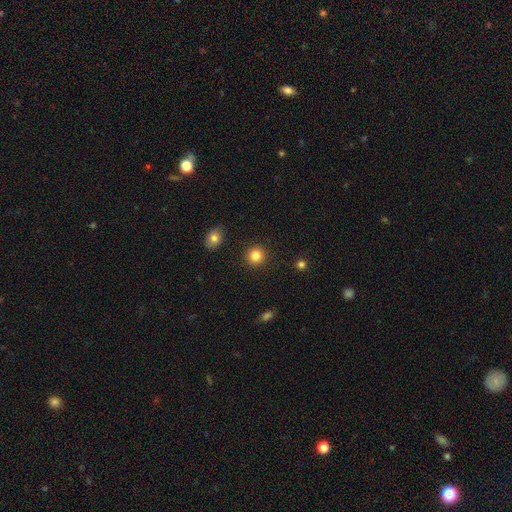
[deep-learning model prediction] smooth 85%, star or artifact 10%, featured or disk 5%. Down the decision tree: how rounded — round (92%); merging — none (92%).